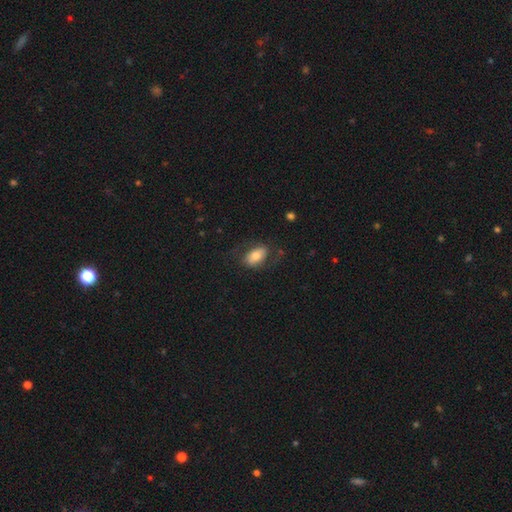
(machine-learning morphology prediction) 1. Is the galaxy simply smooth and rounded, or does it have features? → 65% smooth, 28% featured or disk, 7% star or artifact.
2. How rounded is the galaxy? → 90% in between, 8% round, 2% cigar-shaped.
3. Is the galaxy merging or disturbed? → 65% none, 19% minor disturbance, 14% major disturbance, 2% merger.